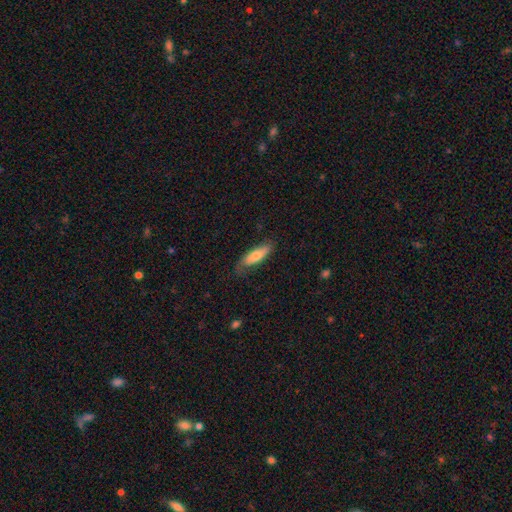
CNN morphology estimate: type=smooth (71%); roundness=cigar-shaped (50%); merging=none (69%).